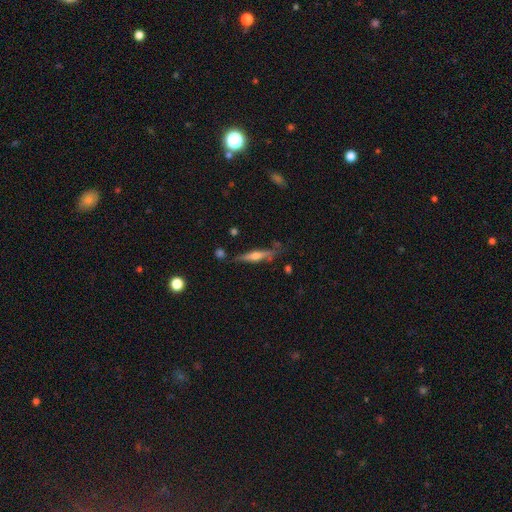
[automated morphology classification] A featured or disk galaxy (64%) viewed edge-on (95%) with a rounded central bulge (86%). Merging: none (74%).